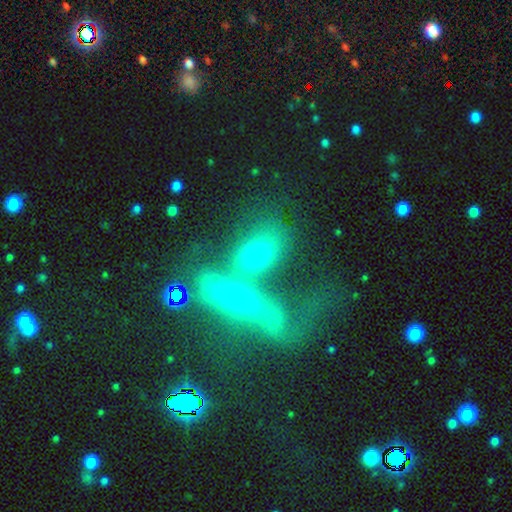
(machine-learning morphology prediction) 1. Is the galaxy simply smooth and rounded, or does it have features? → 59% smooth, 27% featured or disk, 15% star or artifact.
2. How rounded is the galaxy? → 71% in between, 19% round, 10% cigar-shaped.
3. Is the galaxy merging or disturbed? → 48% merger, 34% none, 10% minor disturbance, 8% major disturbance.